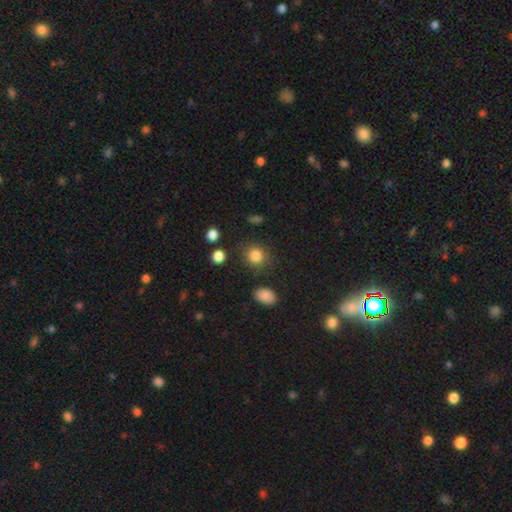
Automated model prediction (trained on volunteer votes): smooth_or_featured: smooth (p=0.84) [alt: star or artifact p=0.11]
how_rounded: round (p=0.83) [alt: in between p=0.16]
merging: none (p=0.83) [alt: minor disturbance p=0.10]